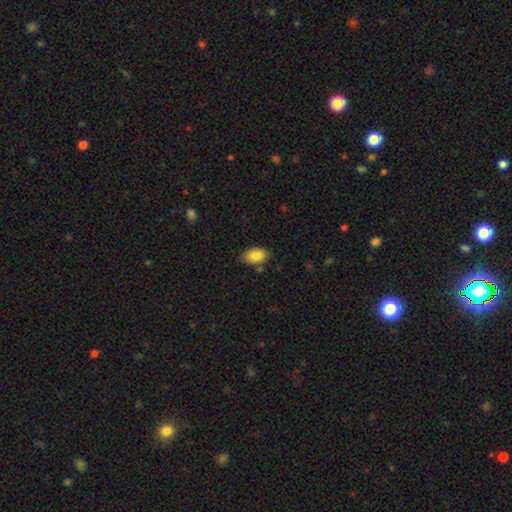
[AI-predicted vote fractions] Morphology: type=smooth (84%); roundness=in between (91%); merging=none (81%).